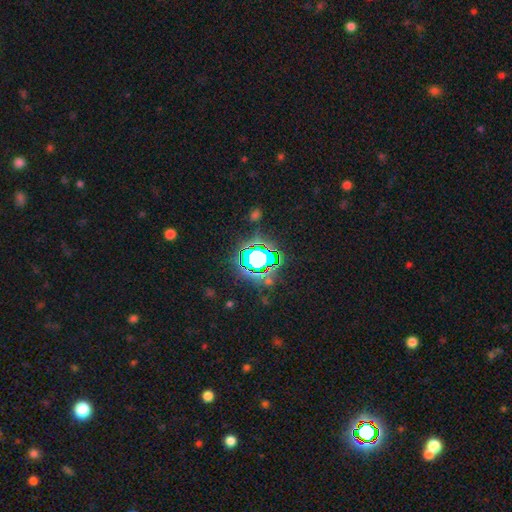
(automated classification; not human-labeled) Morphology: type=star or artifact (65%).